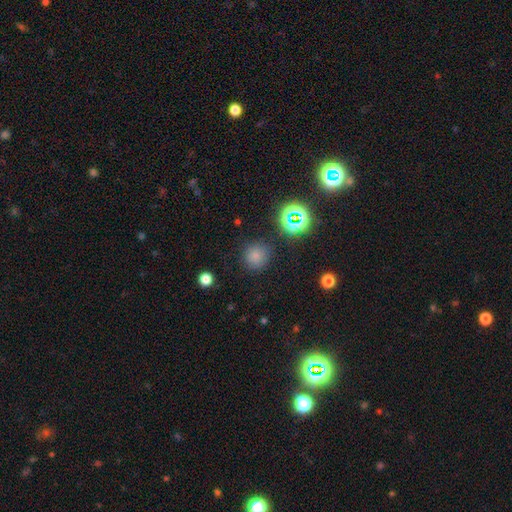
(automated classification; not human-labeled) Smooth or featured: smooth — 74% (star or artifact — 20%)
How rounded: round — 92% (in between — 7%)
Merging: none — 84% (minor disturbance — 10%)